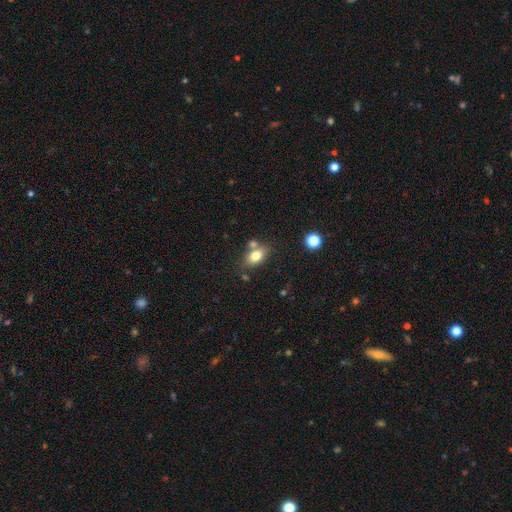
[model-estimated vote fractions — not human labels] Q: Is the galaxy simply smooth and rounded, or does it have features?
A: smooth — 77%.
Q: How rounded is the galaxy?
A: in between — 82%.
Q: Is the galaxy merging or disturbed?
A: none — 63%.